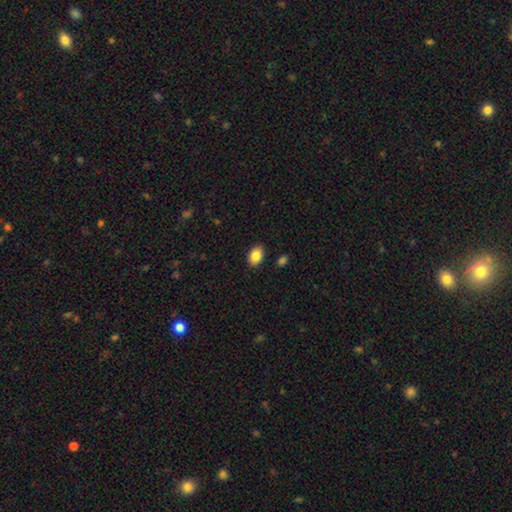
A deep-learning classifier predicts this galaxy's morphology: smooth 86%, star or artifact 8%, featured or disk 6%. Down the decision tree: how rounded — in between (82%); merging — none (88%).